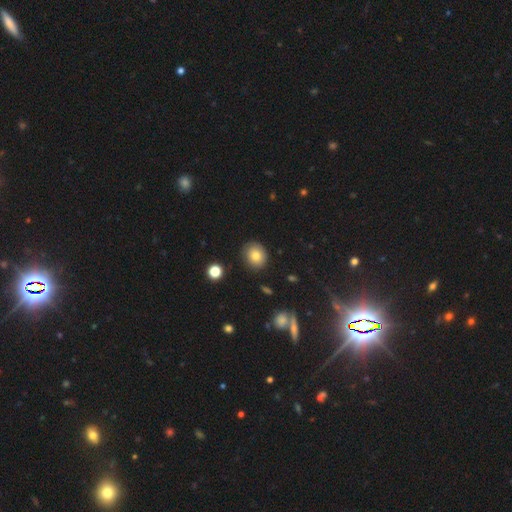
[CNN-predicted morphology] A smooth galaxy with no disk features (79%) that is round (72%).

Vote fractions:
- Smooth or featured? smooth: 79% / featured or disk: 11% / star or artifact: 10%
- How rounded? round: 72% / in between: 27% / cigar-shaped: 1%
- Merging? none: 84% / minor disturbance: 12% / major disturbance: 3% / merger: 2%